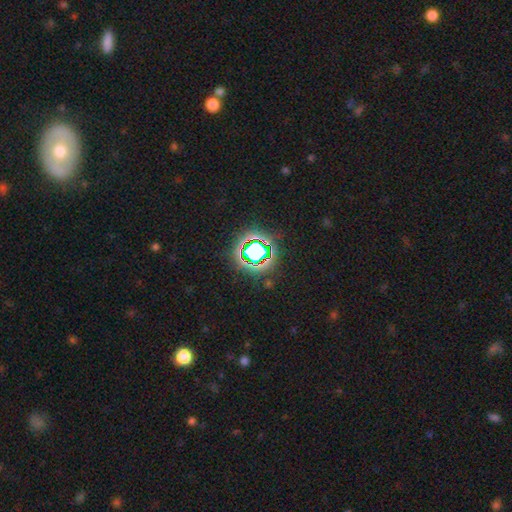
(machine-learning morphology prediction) Overall: star or artifact (76%).